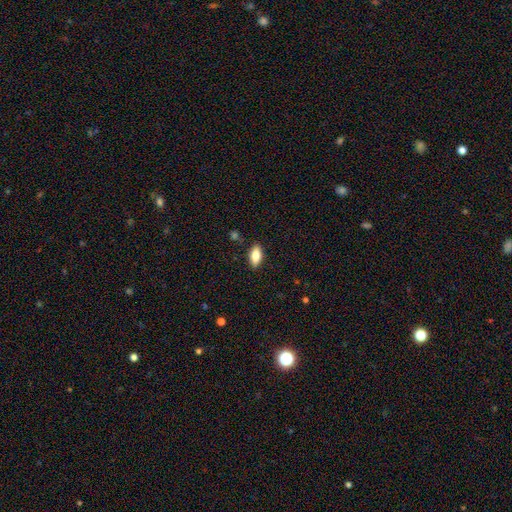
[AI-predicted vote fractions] Smooth or featured?
  - smooth: 80% *
  - featured or disk: 13%
  - star or artifact: 7%
How rounded?
  - in between: 88% *
  - cigar-shaped: 9%
  - round: 3%
Merging?
  - none: 87% *
  - minor disturbance: 9%
  - major disturbance: 2%
  - merger: 2%